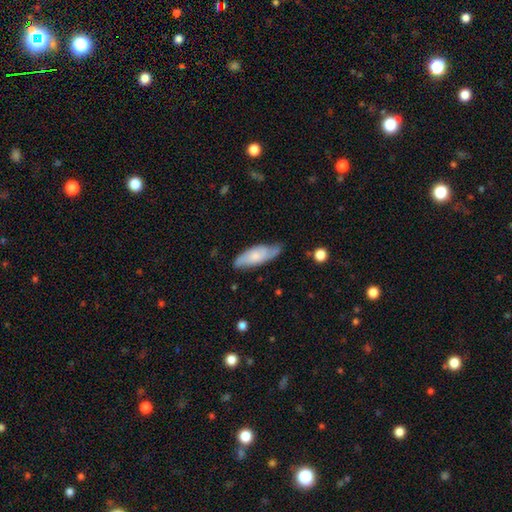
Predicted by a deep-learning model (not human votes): Morphology: type=smooth (52%); roundness=in between (66%); merging=none (64%).